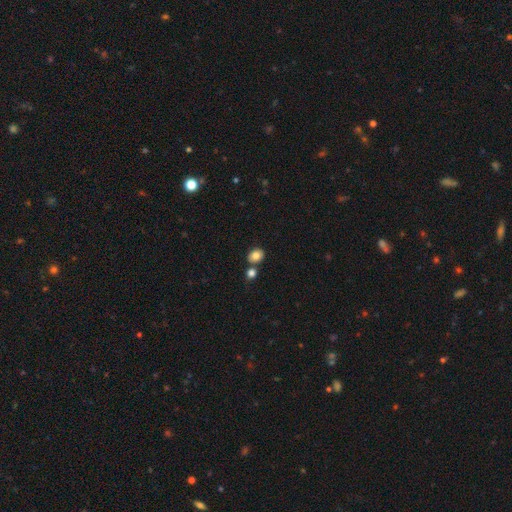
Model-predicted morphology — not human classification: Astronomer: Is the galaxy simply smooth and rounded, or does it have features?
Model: smooth — 83%.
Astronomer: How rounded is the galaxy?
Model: in between — 50% (runner-up: round, 49%).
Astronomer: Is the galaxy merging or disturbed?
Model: none — 69%.